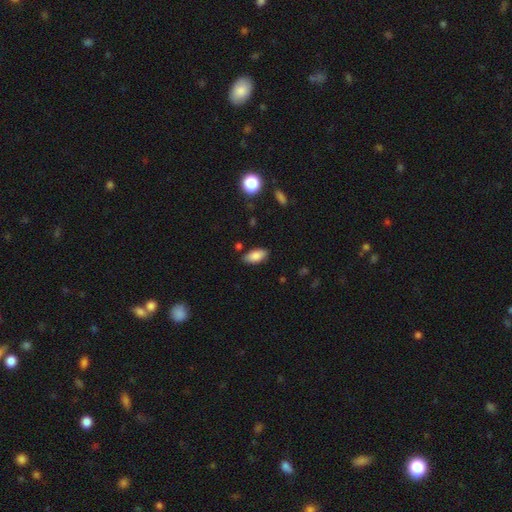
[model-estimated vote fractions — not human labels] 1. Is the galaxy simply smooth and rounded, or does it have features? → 85% smooth, 7% featured or disk, 7% star or artifact.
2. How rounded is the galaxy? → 90% in between, 7% cigar-shaped, 3% round.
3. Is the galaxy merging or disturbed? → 84% none, 12% minor disturbance, 2% major disturbance, 2% merger.